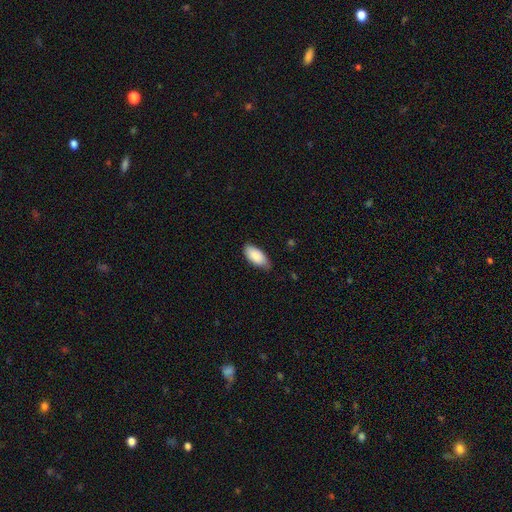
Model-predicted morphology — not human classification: This is clearly a smooth galaxy (87%). How rounded: clearly in between (92%). Merging: likely none (70%).